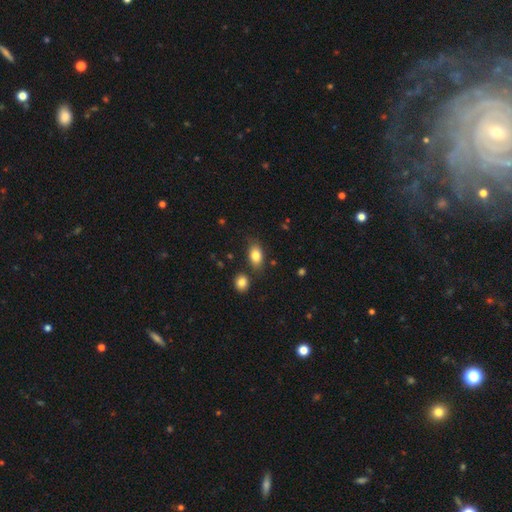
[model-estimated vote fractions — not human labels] Morphology: type=smooth (83%); roundness=in between (87%); merging=none (76%).